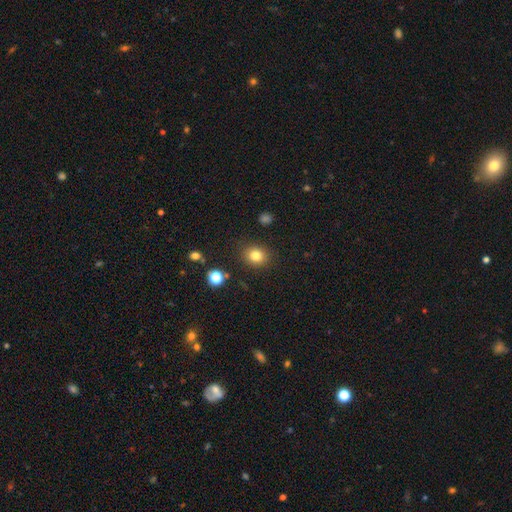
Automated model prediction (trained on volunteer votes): smooth_or_featured: smooth (p=0.80) [alt: star or artifact p=0.13]
how_rounded: round (p=0.72) [alt: in between p=0.27]
merging: none (p=0.87) [alt: minor disturbance p=0.08]